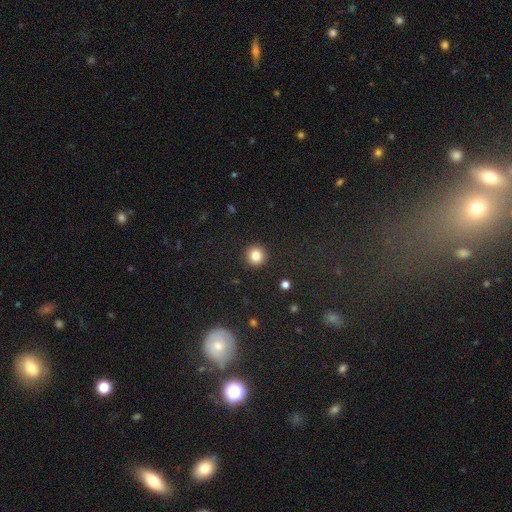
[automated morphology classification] smooth 84%, star or artifact 11%, featured or disk 6%. Down the decision tree: how rounded — round (95%); merging — none (93%).